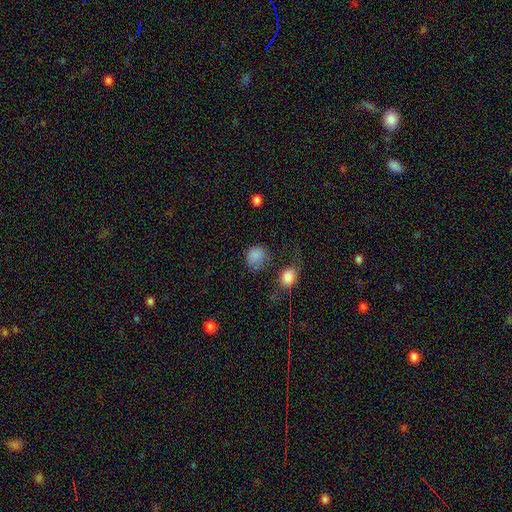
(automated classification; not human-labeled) Smooth or featured? smooth (83%)
How rounded? round (73%)
Merging? none (55%)